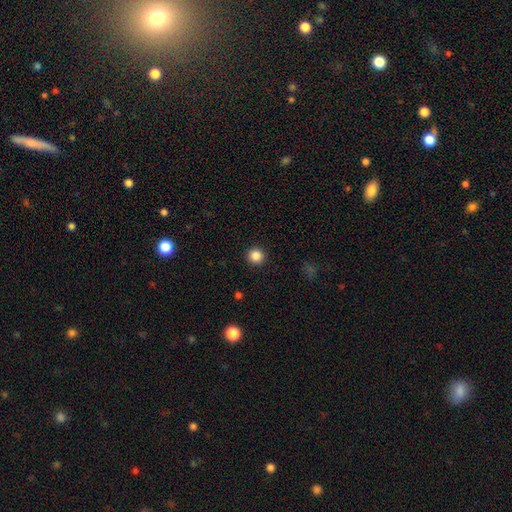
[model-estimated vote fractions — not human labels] A smooth galaxy with no disk features (86%) that is round (95%). Merging: none (92%).